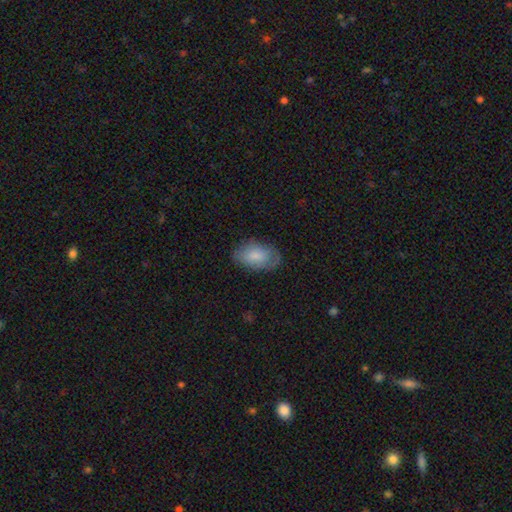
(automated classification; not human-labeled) Smooth or featured? smooth (77%)
How rounded? in between (92%)
Merging? none (72%)